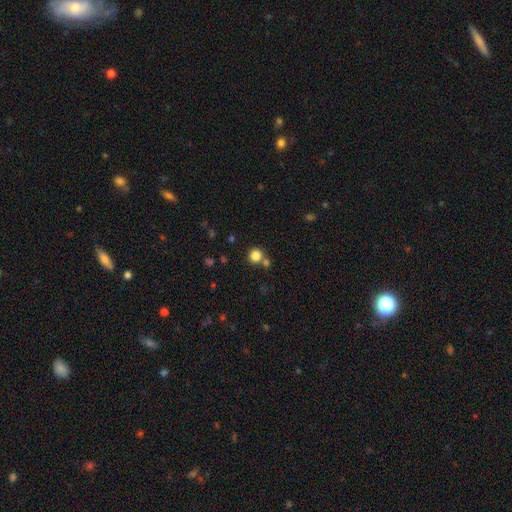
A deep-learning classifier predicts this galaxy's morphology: A smooth galaxy with no disk features (82%) that is round (91%). Merging: none (69%).